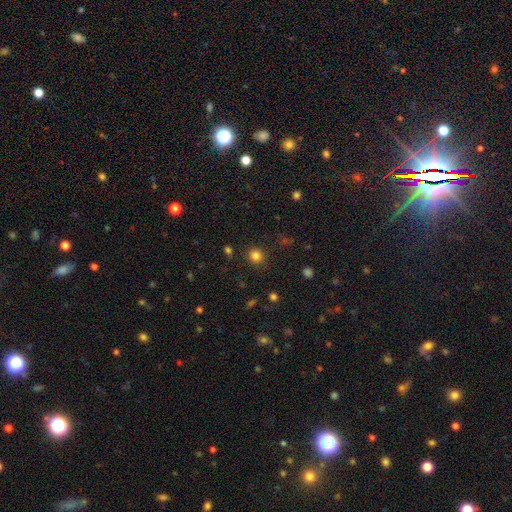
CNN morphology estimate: Smooth or featured: smooth — 82% (star or artifact — 14%)
How rounded: round — 90% (in between — 9%)
Merging: none — 88% (minor disturbance — 7%)